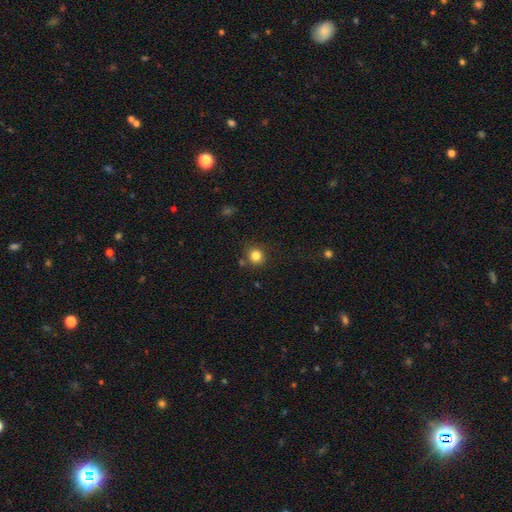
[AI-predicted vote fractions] A smooth galaxy with no disk features (83%) that is round (88%).

Vote fractions:
- Smooth or featured? smooth: 83% / star or artifact: 12% / featured or disk: 5%
- How rounded? round: 88% / in between: 11% / cigar-shaped: 1%
- Merging? none: 83% / minor disturbance: 10% / merger: 5% / major disturbance: 3%